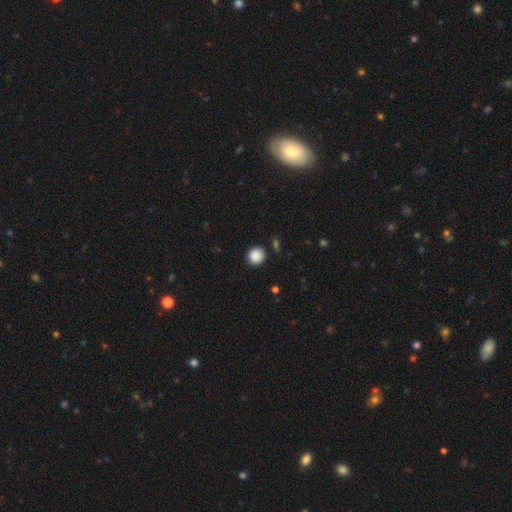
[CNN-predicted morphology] This appears to be a smooth galaxy with no disk features (88%) that is round (93%). Merging: none (88%).